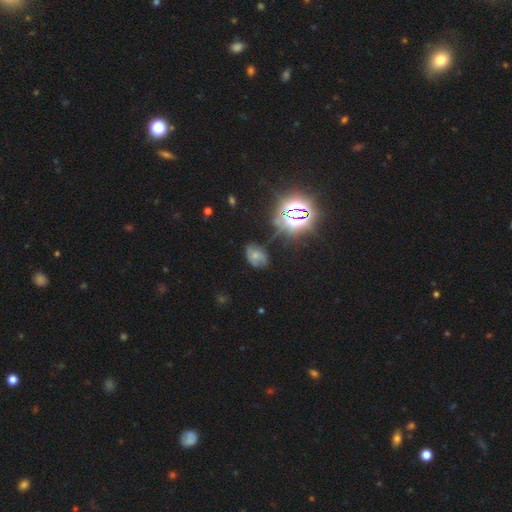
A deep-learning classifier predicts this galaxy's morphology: Smooth or featured? smooth (37%)
Merging? none (57%)